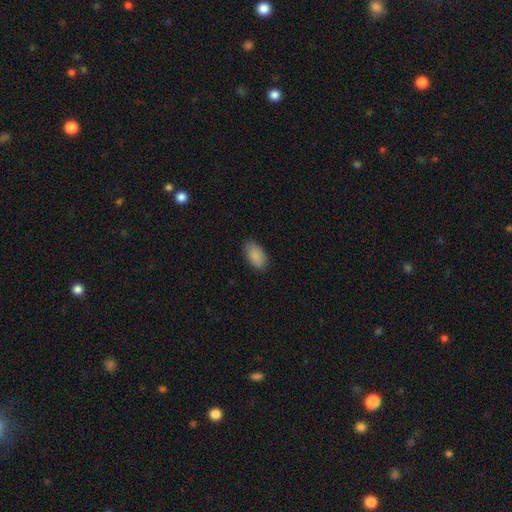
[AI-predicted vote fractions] Q: Smooth or featured?
A: smooth (88%); runner-up: star or artifact (7%)
Q: How rounded?
A: in between (93%); runner-up: round (4%)
Q: Merging?
A: none (80%); runner-up: minor disturbance (16%)